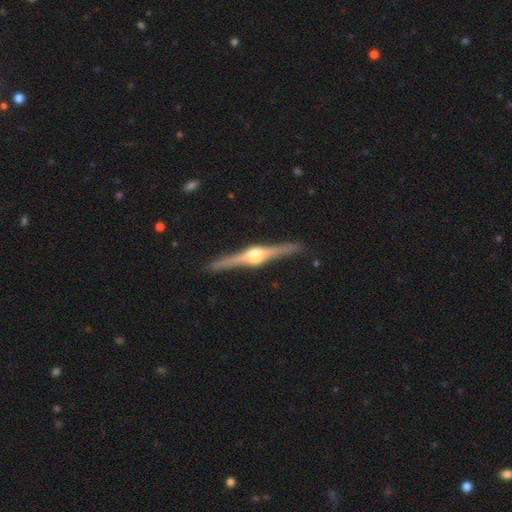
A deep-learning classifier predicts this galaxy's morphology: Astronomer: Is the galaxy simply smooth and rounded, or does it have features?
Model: featured or disk — 88%.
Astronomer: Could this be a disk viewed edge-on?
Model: yes — 99%.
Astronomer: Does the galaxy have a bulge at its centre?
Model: rounded — 95%.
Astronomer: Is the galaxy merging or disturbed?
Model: none — 92%.